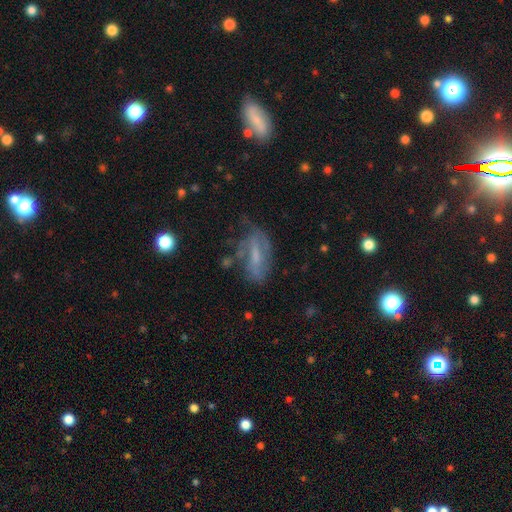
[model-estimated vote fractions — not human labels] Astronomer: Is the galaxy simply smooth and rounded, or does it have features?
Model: featured or disk — 50% (runner-up: smooth, 39%).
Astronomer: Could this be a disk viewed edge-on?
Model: no — 82%.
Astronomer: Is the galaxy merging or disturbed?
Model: none — 50% (runner-up: minor disturbance, 27%).